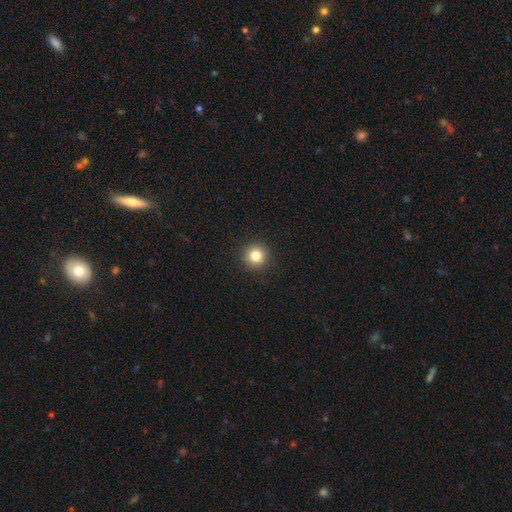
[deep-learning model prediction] Q: Smooth or featured?
A: smooth (82%); runner-up: star or artifact (12%)
Q: How rounded?
A: round (95%); runner-up: in between (4%)
Q: Merging?
A: none (93%); runner-up: minor disturbance (4%)